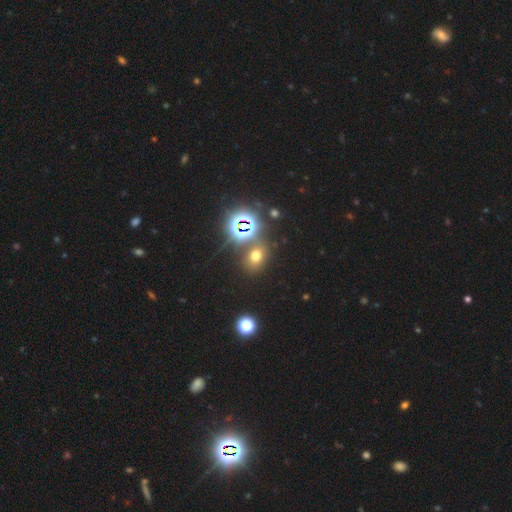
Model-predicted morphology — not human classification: Q: Smooth or featured?
A: smooth (53%); runner-up: star or artifact (38%)
Q: How rounded?
A: round (50%); runner-up: in between (49%)
Q: Merging?
A: none (75%); runner-up: minor disturbance (10%)